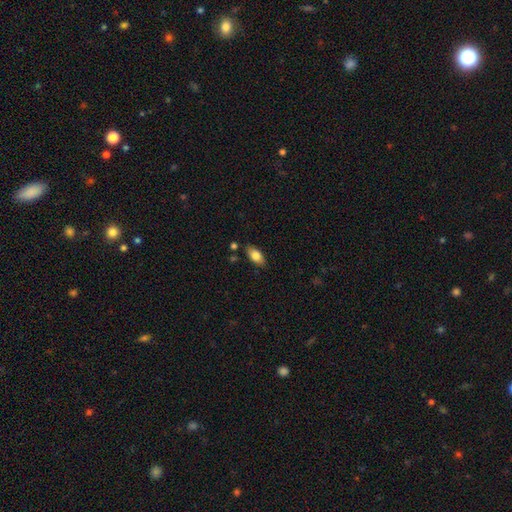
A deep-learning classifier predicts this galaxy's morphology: This is likely a smooth galaxy (80%). How rounded: clearly in between (90%). Merging: clearly none (83%).